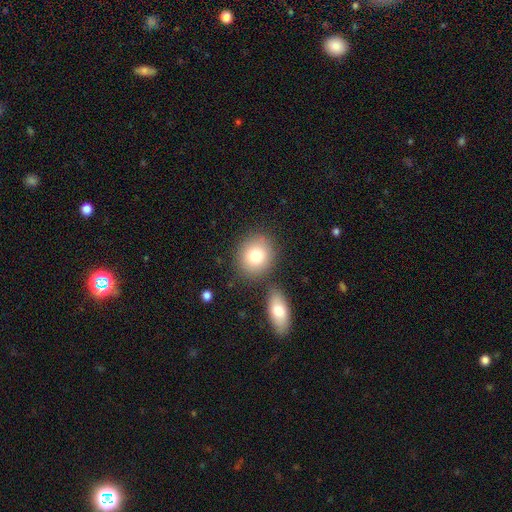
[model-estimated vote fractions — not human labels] smooth 80%, featured or disk 11%, star or artifact 9%. Down the decision tree: how rounded — round (72%); merging — none (72%).